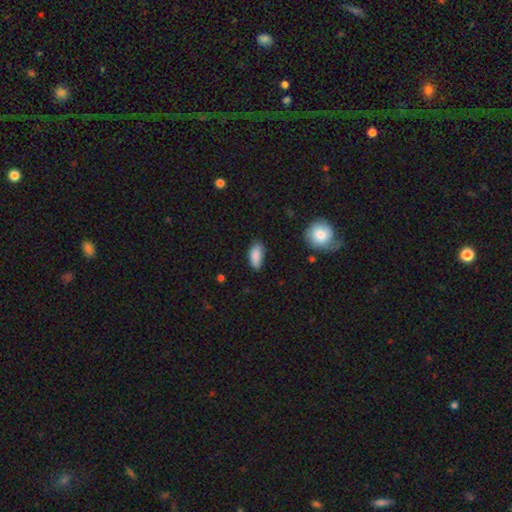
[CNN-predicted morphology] This appears to be a smooth galaxy with no disk features (87%) that is in between round and cigar-shaped (88%). Merging: none (72%).